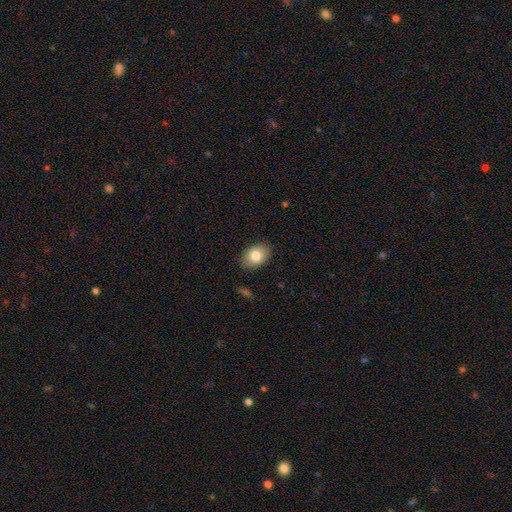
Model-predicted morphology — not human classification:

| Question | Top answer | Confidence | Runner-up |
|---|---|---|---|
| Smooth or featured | smooth | 81% | featured or disk (11%) |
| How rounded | in between | 82% | round (17%) |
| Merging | none | 87% | minor disturbance (10%) |